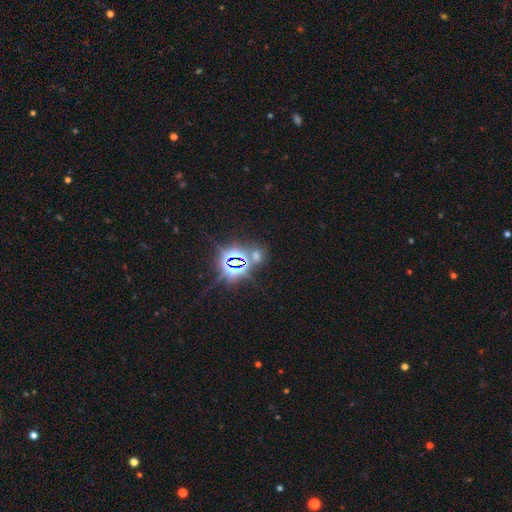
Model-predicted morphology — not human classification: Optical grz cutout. It shows a star or artifact, not a galaxy (68%).